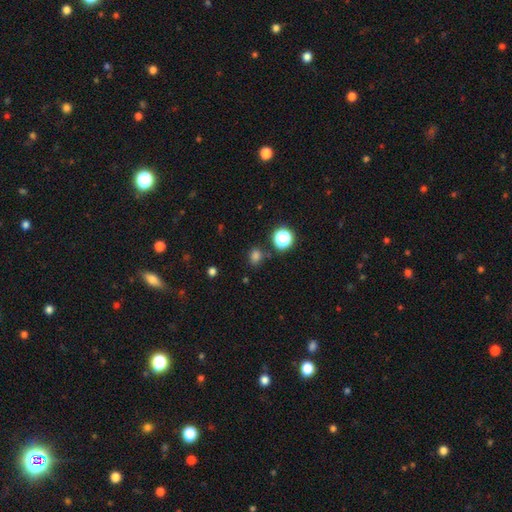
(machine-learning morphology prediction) smooth-or-featured: smooth: 75% | star or artifact: 21% | featured or disk: 5%
  how-rounded: round: 59% | in between: 40% | cigar-shaped: 1%
  merging: none: 77% | minor disturbance: 14% | merger: 6% | major disturbance: 4%